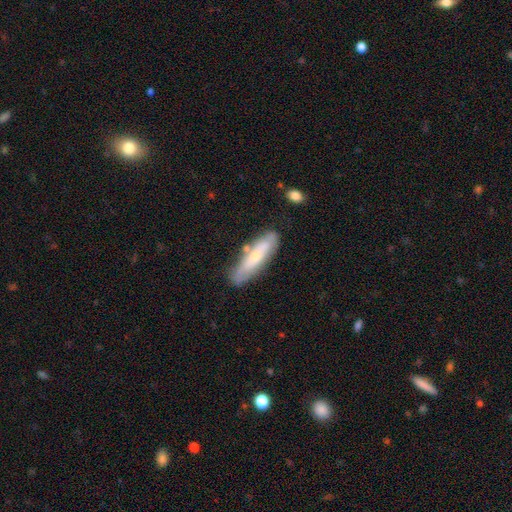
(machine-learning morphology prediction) type=smooth (49%); merging=none (71%).